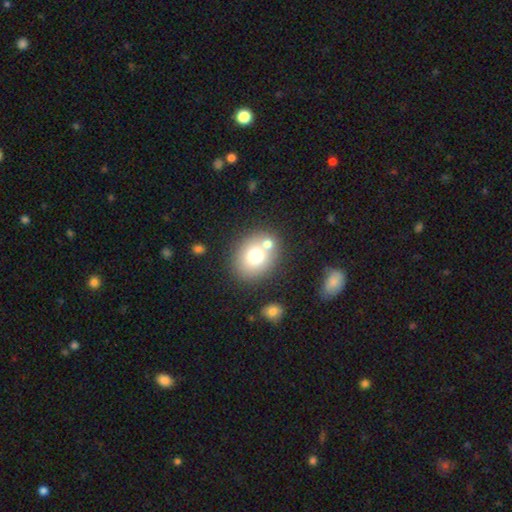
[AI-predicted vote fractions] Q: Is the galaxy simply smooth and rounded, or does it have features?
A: smooth — 72%.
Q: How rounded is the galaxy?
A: round — 58%.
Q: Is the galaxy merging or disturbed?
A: none — 62%.